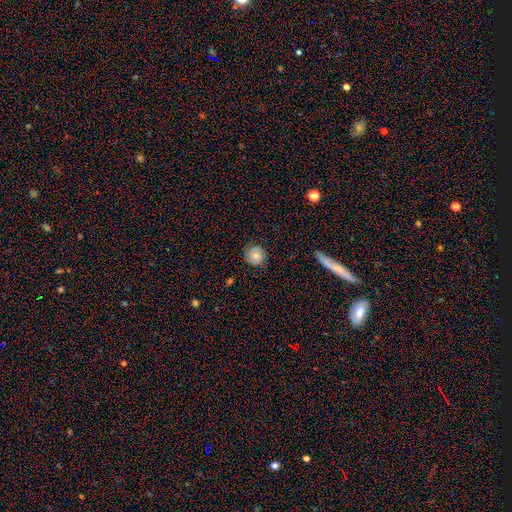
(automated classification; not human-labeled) Q: Smooth or featured?
A: smooth (67%); runner-up: featured or disk (23%)
Q: How rounded?
A: round (92%); runner-up: in between (7%)
Q: Merging?
A: none (77%); runner-up: minor disturbance (17%)